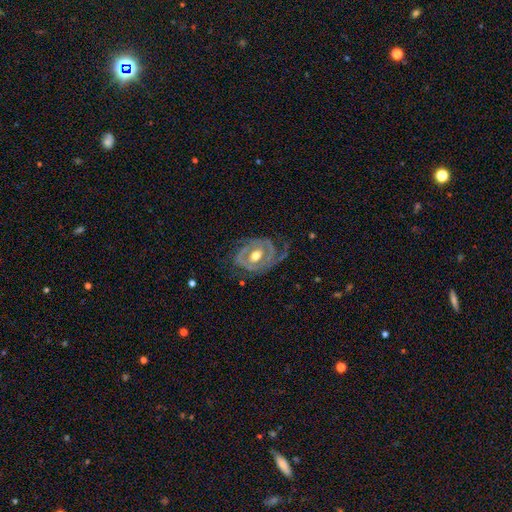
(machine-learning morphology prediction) The model was most divided on "bar": no: 52%, weak: 33%, strong: 15%. More confident: edge-on disk — no (96%); smooth or featured — featured or disk (85%); spiral arms — yes (85%); bulge size — moderate (78%); merging — none (56%); spiral winding — tight (53%); spiral arm count — 2 (52%).